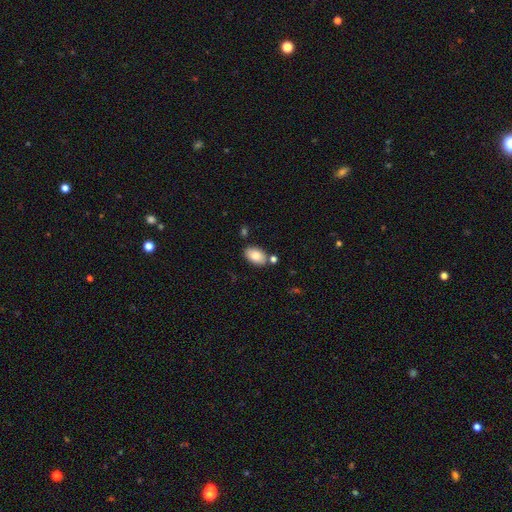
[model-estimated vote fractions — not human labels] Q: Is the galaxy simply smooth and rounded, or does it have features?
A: smooth — 84%.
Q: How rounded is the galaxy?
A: in between — 92%.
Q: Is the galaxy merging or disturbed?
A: none — 79%.